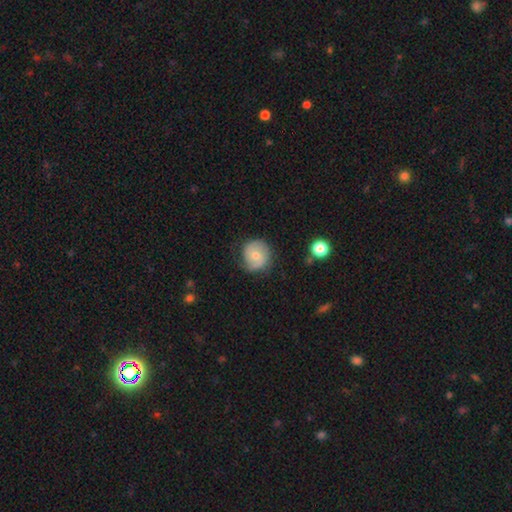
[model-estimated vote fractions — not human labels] The model was most divided on "smooth or featured": smooth: 49%, featured or disk: 44%, star or artifact: 8%. More confident: merging — none (68%).